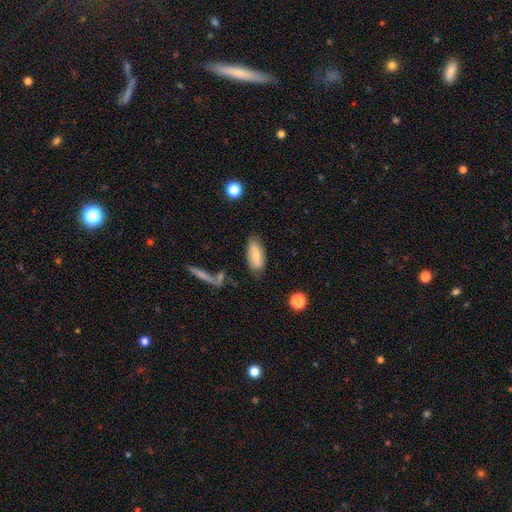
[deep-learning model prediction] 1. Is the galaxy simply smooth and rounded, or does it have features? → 70% smooth, 23% featured or disk, 7% star or artifact.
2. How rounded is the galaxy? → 85% in between, 12% cigar-shaped, 3% round.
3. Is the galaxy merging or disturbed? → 71% none, 19% minor disturbance, 5% merger, 5% major disturbance.